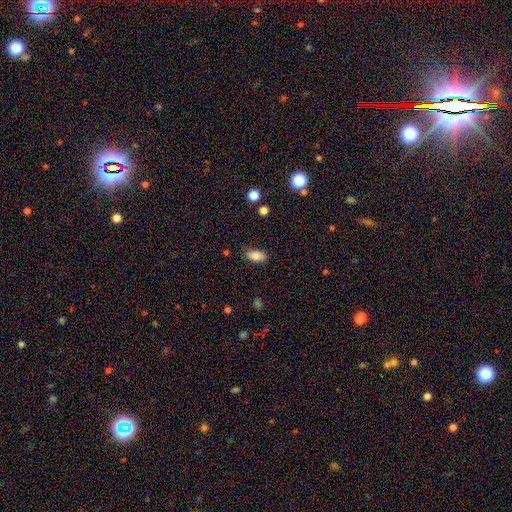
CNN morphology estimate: The model was most divided on "merging": none: 81%, minor disturbance: 15%, major disturbance: 3%, merger: 1%. More confident: how rounded — in between (90%); smooth or featured — smooth (83%).